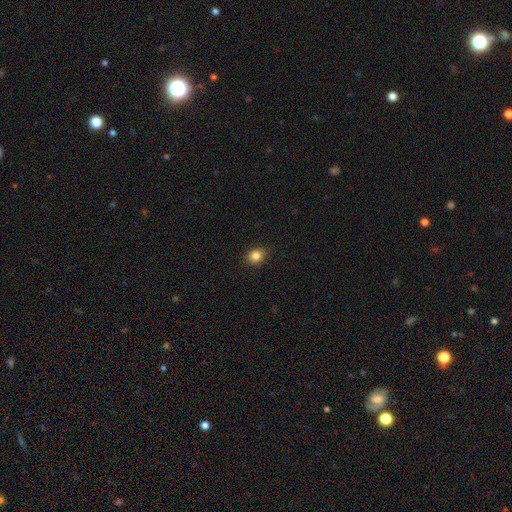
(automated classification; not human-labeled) smooth_or_featured: smooth (p=0.84) [alt: star or artifact p=0.11]
how_rounded: round (p=0.64) [alt: in between p=0.35]
merging: none (p=0.90) [alt: minor disturbance p=0.07]